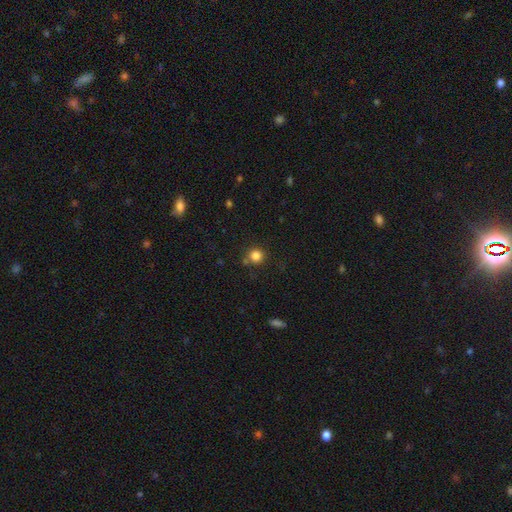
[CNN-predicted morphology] The model was most divided on "merging": none: 79%, minor disturbance: 10%, merger: 7%, major disturbance: 3%. More confident: how rounded — round (92%); smooth or featured — smooth (83%).